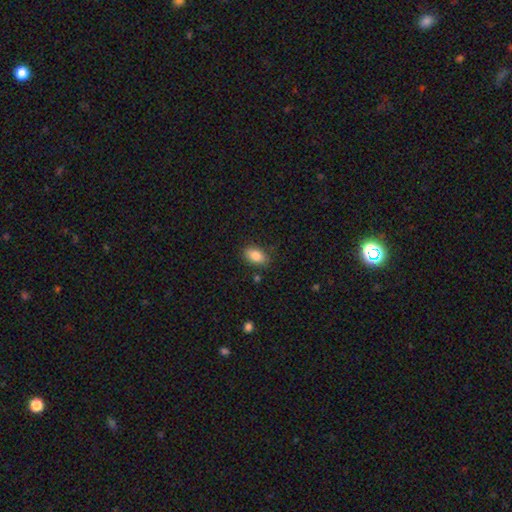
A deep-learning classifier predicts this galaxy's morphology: Smooth or featured?
  - smooth: 84% *
  - featured or disk: 8%
  - star or artifact: 8%
How rounded?
  - in between: 89% *
  - round: 8%
  - cigar-shaped: 2%
Merging?
  - none: 82% *
  - minor disturbance: 13%
  - major disturbance: 3%
  - merger: 2%